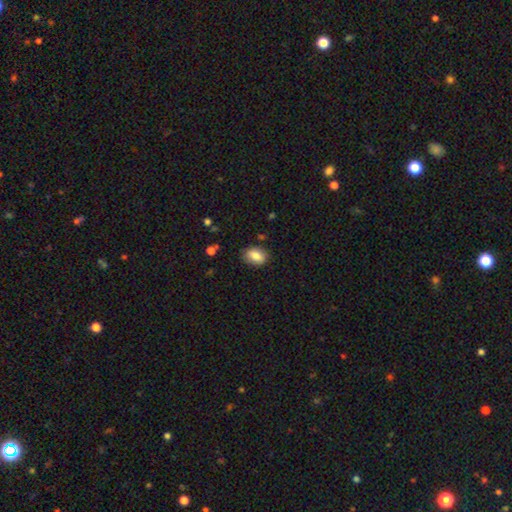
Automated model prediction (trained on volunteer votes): Smooth or featured? smooth (83%)
How rounded? in between (82%)
Merging? none (83%)